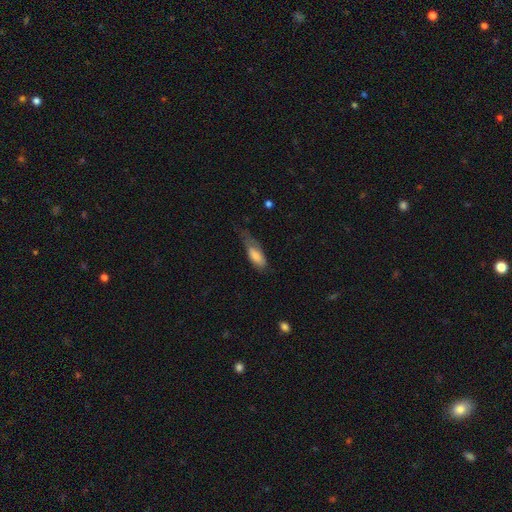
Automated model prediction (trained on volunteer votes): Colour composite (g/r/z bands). It shows a smooth galaxy with no disk features (76%) that is in between round and cigar-shaped (74%). Merging: minor disturbance (37%).